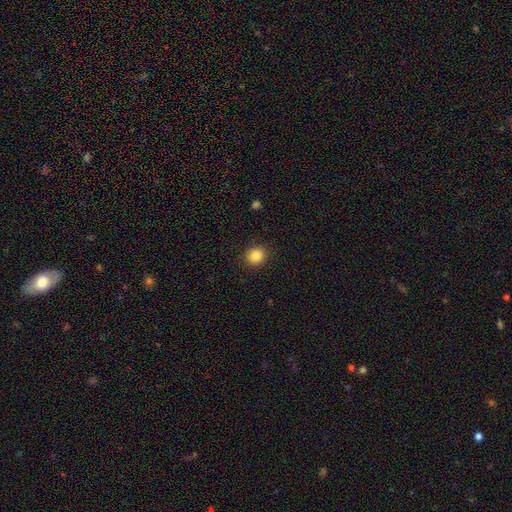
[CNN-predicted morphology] smooth-or-featured: smooth: 84% | star or artifact: 10% | featured or disk: 5%
  how-rounded: round: 78% | in between: 21% | cigar-shaped: 1%
  merging: none: 90% | minor disturbance: 7% | major disturbance: 2% | merger: 1%